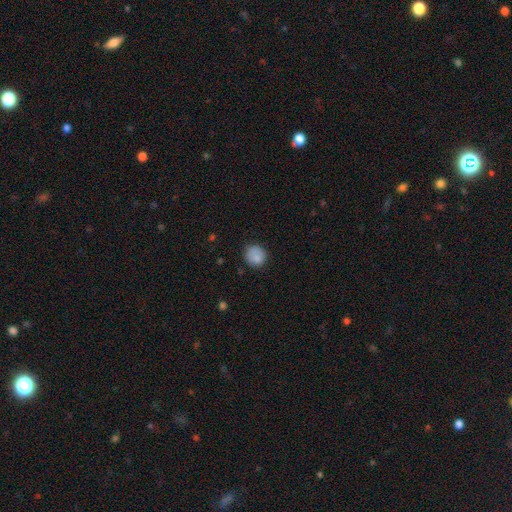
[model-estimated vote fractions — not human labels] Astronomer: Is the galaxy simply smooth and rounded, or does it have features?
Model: smooth — 84%.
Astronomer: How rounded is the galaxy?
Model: round — 86%.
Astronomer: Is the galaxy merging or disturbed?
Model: none — 76%.